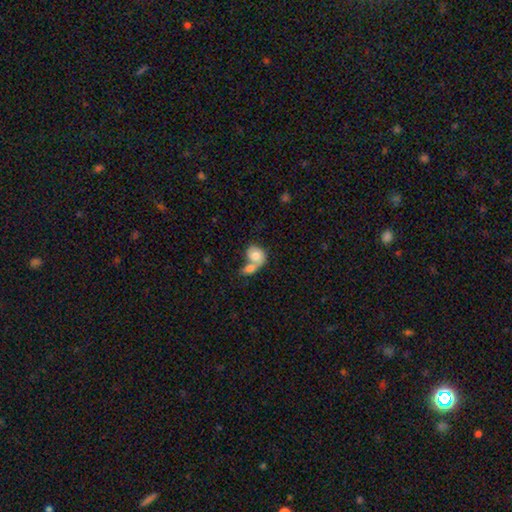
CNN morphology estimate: A smooth galaxy with no disk features (74%) that is round (57%). Merging: merger (71%).